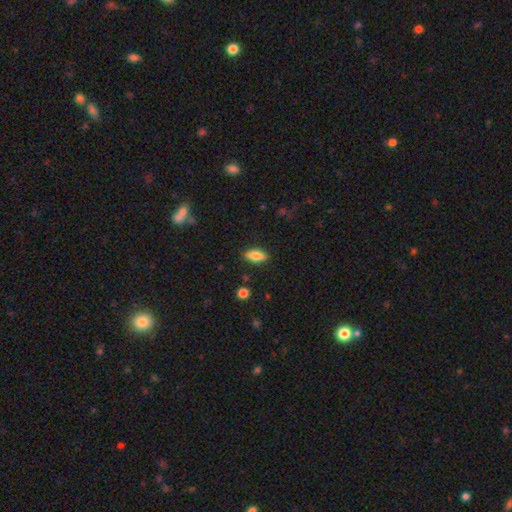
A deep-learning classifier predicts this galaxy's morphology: Smooth or featured? Predicted: smooth (p=0.78). How rounded? Predicted: in between (p=0.72). Merging? Predicted: none (p=0.87).